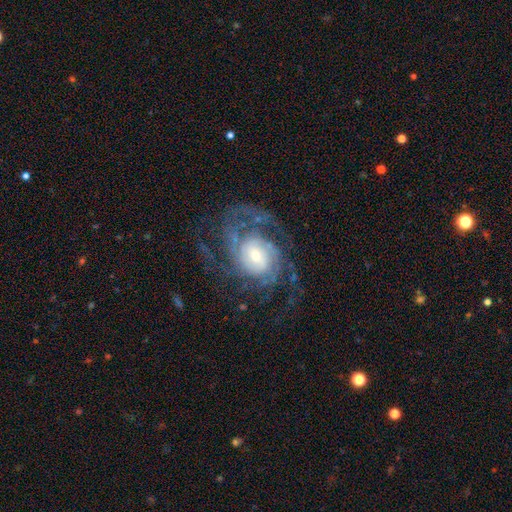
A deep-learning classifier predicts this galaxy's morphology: smooth_or_featured: featured or disk (p=0.87) [alt: smooth p=0.07]
disk_edge_on: no (p=0.97) [alt: yes p=0.03]
bar: no (p=0.57) [alt: weak p=0.33]
has_spiral_arms: yes (p=0.96) [alt: no p=0.04]
spiral_winding: tight (p=0.49) [alt: medium p=0.38]
spiral_arm_count: 2 (p=0.26) [alt: can't tell p=0.25]
bulge_size: small (p=0.51) [alt: moderate p=0.37]
merging: none (p=0.63) [alt: major disturbance p=0.20]